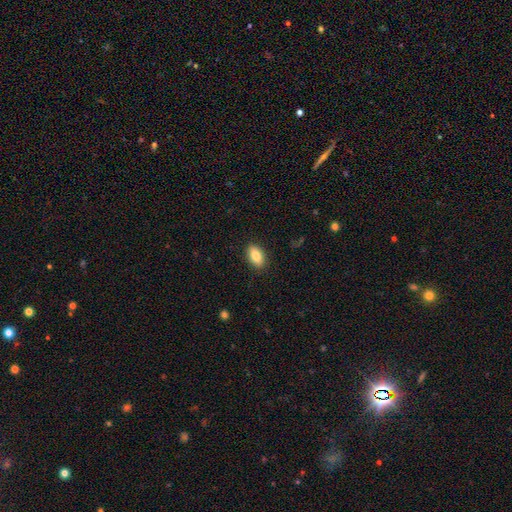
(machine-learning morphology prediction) Q: Smooth or featured?
A: smooth (83%); runner-up: featured or disk (9%)
Q: How rounded?
A: in between (89%); runner-up: round (5%)
Q: Merging?
A: none (89%); runner-up: minor disturbance (8%)